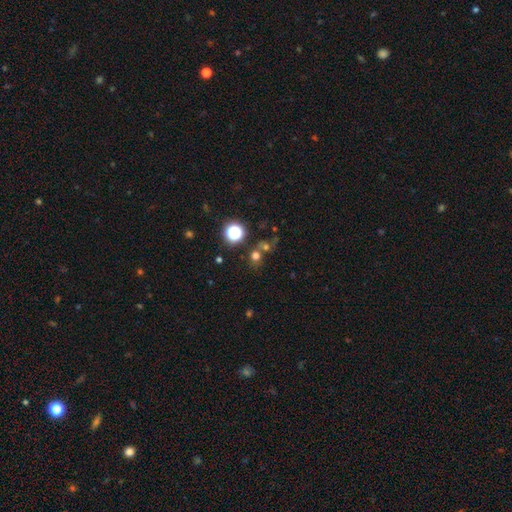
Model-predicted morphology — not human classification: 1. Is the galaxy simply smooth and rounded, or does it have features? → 60% smooth, 30% star or artifact, 10% featured or disk.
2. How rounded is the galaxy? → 84% round, 15% in between, 1% cigar-shaped.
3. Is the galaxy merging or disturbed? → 58% none, 28% merger, 9% minor disturbance, 5% major disturbance.